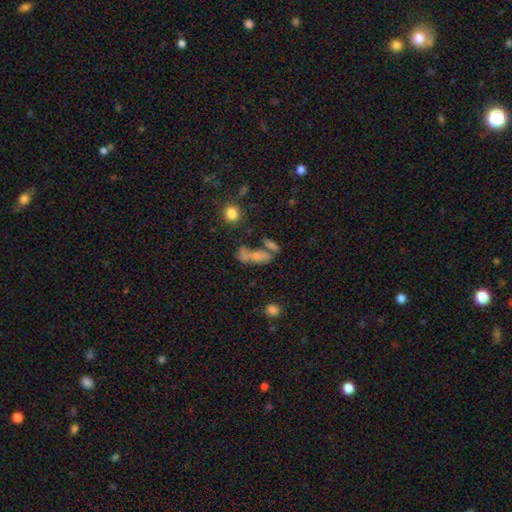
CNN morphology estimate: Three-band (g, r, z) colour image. It shows a smooth galaxy with no disk features (54%) that is in between round and cigar-shaped (62%). Merging: merger (39%).